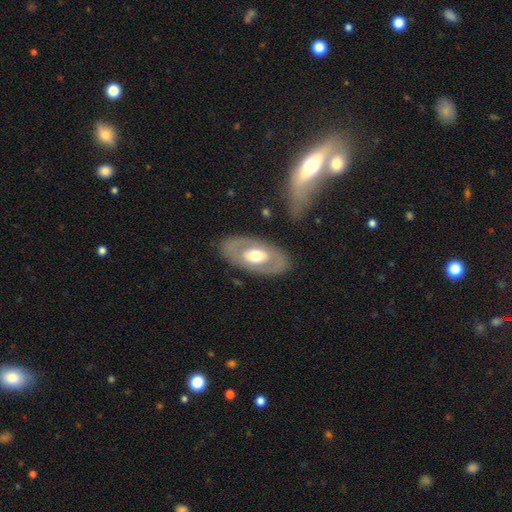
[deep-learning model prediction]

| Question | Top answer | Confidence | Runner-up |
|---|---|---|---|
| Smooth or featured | featured or disk | 56% | smooth (39%) |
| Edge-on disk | no | 88% | yes (12%) |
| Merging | none | 82% | minor disturbance (11%) |